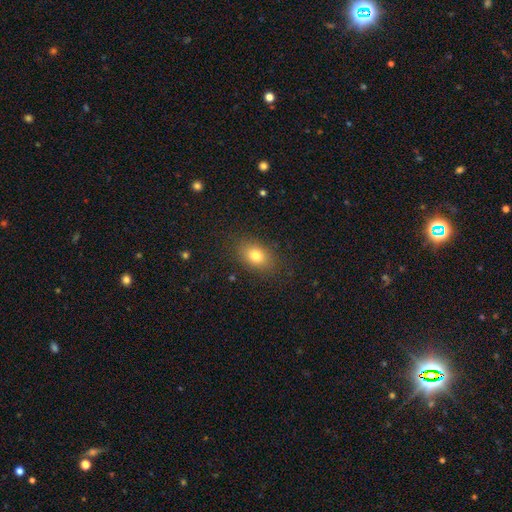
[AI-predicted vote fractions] Smooth or featured?
  - smooth: 80% *
  - star or artifact: 10%
  - featured or disk: 10%
How rounded?
  - in between: 78% *
  - round: 20%
  - cigar-shaped: 2%
Merging?
  - none: 85% *
  - minor disturbance: 10%
  - major disturbance: 4%
  - merger: 1%